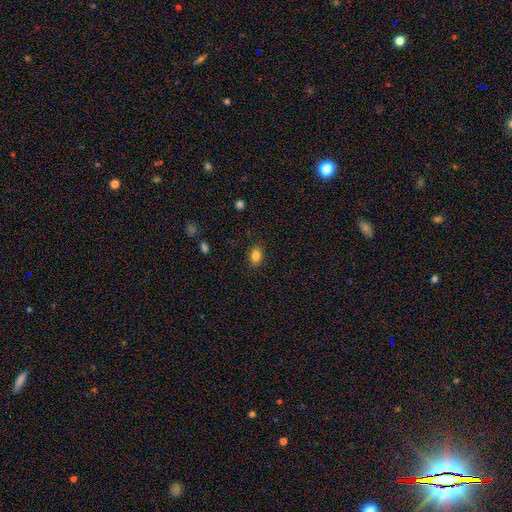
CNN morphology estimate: Smooth or featured? smooth (84%)
How rounded? in between (73%)
Merging? none (86%)